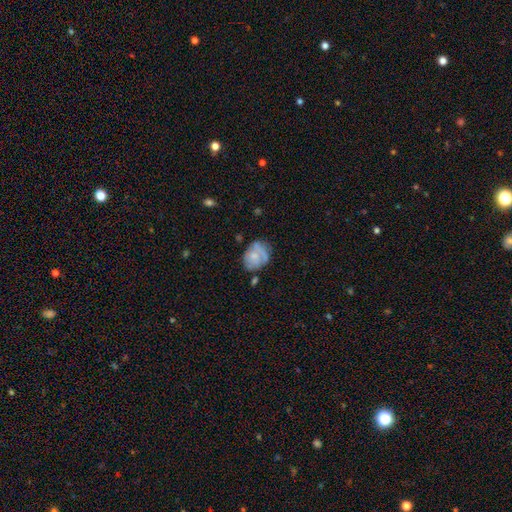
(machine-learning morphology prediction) Overall: featured or disk (48%; smooth 44%). Merging: none (51%; minor disturbance 29%).